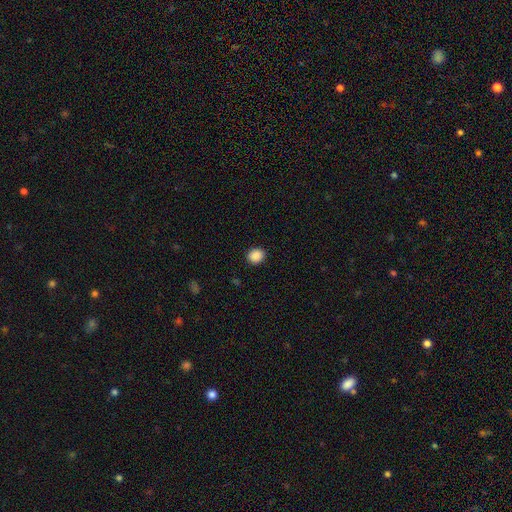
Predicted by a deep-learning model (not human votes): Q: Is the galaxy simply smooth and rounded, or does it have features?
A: smooth — 89%.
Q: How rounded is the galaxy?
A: round — 71%.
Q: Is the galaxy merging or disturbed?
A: none — 91%.